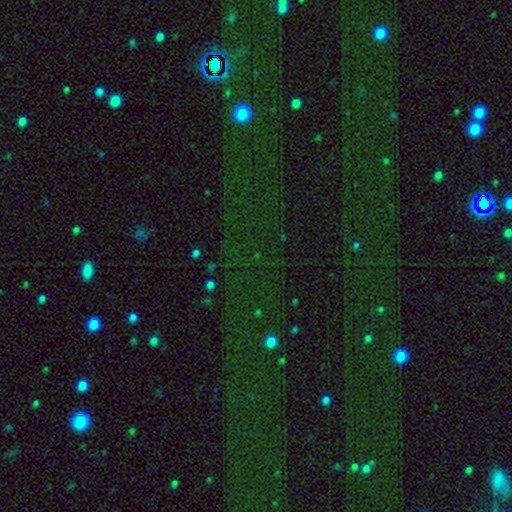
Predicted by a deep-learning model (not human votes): Smooth or featured? star or artifact (71%)